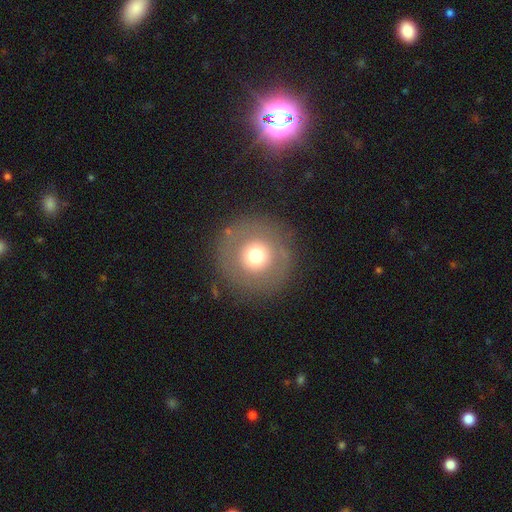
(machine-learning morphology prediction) smooth 65%, featured or disk 23%, star or artifact 12%. Down the decision tree: how rounded — round (96%); merging — none (85%).